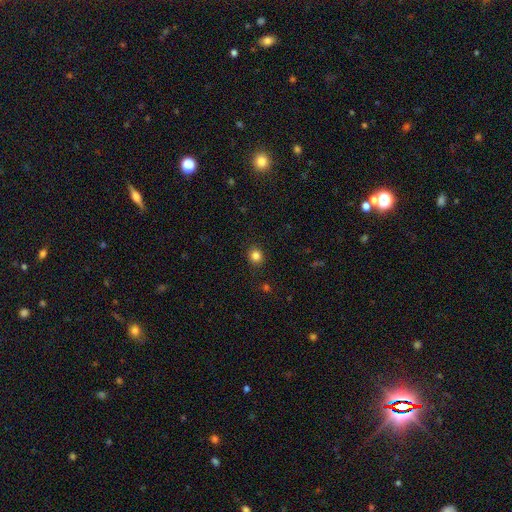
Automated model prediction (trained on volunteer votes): A smooth galaxy with no disk features (84%) that is round (82%).

Vote fractions:
- Smooth or featured? smooth: 84% / star or artifact: 12% / featured or disk: 4%
- How rounded? round: 82% / in between: 17% / cigar-shaped: 1%
- Merging? none: 90% / minor disturbance: 7% / major disturbance: 2% / merger: 1%